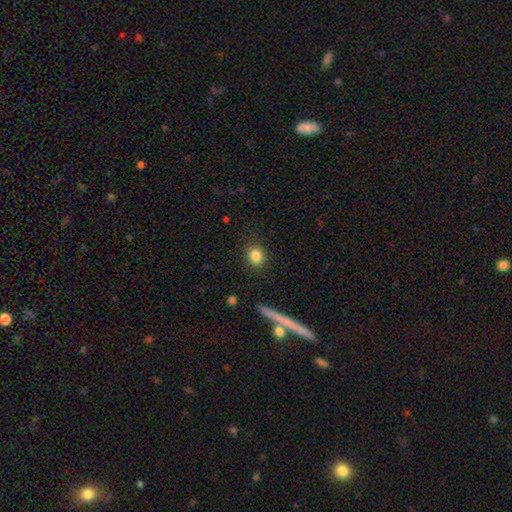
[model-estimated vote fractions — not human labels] A smooth galaxy with no disk features (84%) that is round (66%). Merging: none (87%).